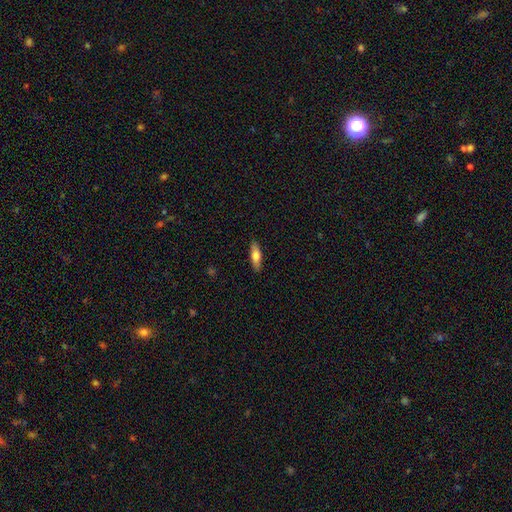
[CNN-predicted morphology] Smooth or featured? smooth (67%)
How rounded? in between (50%)
Merging? none (88%)